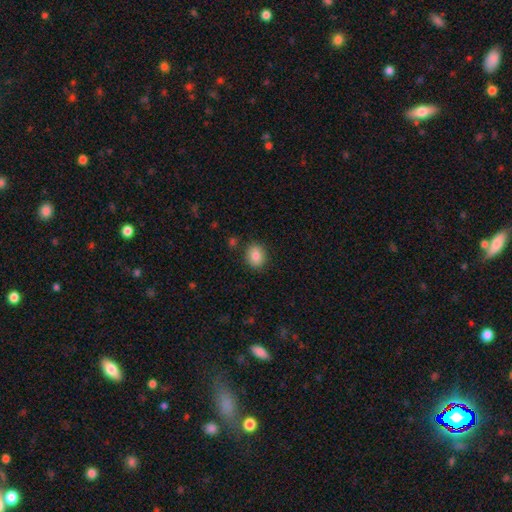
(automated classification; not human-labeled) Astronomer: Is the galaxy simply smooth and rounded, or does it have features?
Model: smooth — 84%.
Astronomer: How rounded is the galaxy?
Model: round — 60% (runner-up: in between, 39%).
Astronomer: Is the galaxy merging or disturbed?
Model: none — 86%.